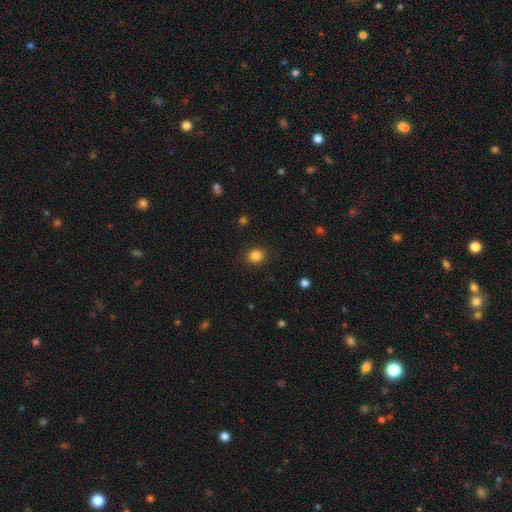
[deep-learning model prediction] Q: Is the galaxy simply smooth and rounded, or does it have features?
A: smooth — 85%.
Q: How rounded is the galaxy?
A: round — 73%.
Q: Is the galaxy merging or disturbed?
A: none — 90%.